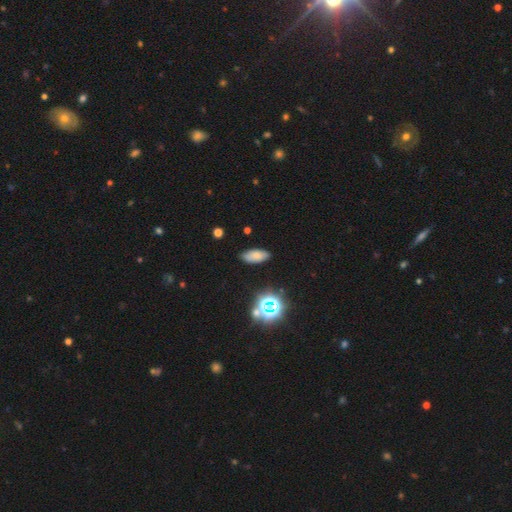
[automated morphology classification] This appears to be a smooth galaxy with no disk features (72%) that is in between round and cigar-shaped (86%). Merging: none (86%).